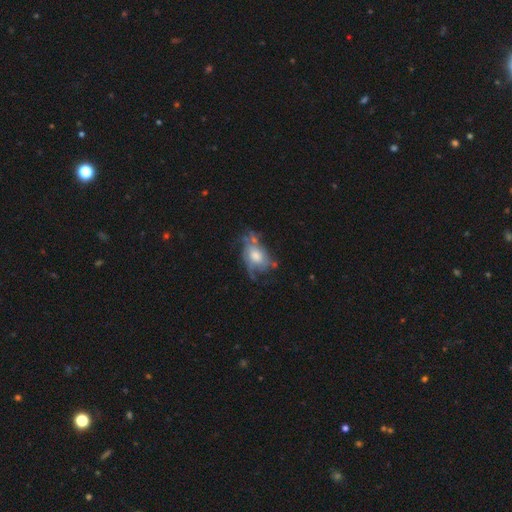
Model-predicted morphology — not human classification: Smooth or featured: featured or disk — 66% (smooth — 26%)
Edge-on disk: no — 95% (yes — 5%)
Bar: no — 72% (weak — 24%)
Spiral arms: yes — 74% (no — 26%)
Bulge size: moderate — 49% (large — 31%)
Merging: none — 42% (major disturbance — 28%)